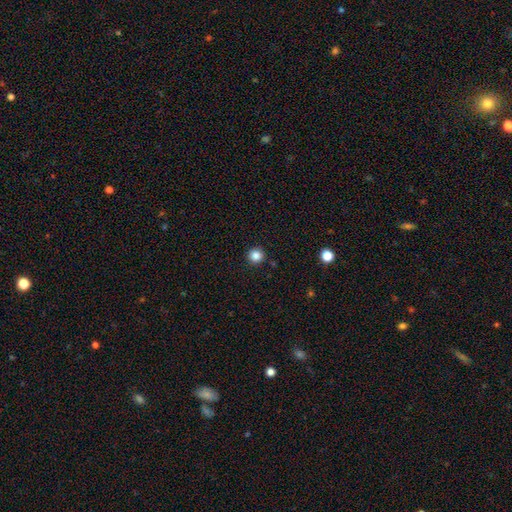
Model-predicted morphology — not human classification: Q: Smooth or featured?
A: smooth (85%); runner-up: star or artifact (11%)
Q: How rounded?
A: round (95%); runner-up: in between (4%)
Q: Merging?
A: none (92%); runner-up: minor disturbance (5%)